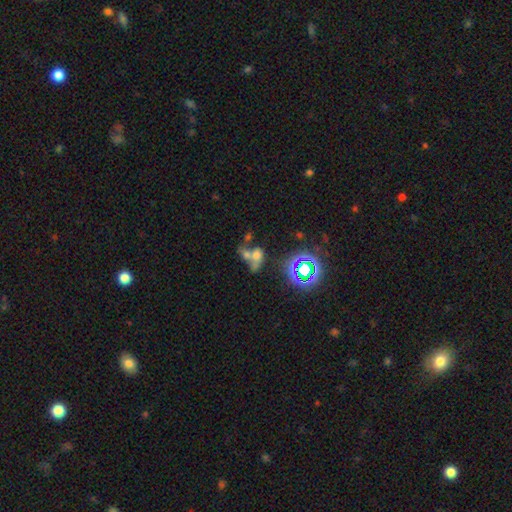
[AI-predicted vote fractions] This appears to be a smooth galaxy with no disk features (46%). Merging: merger (62%).